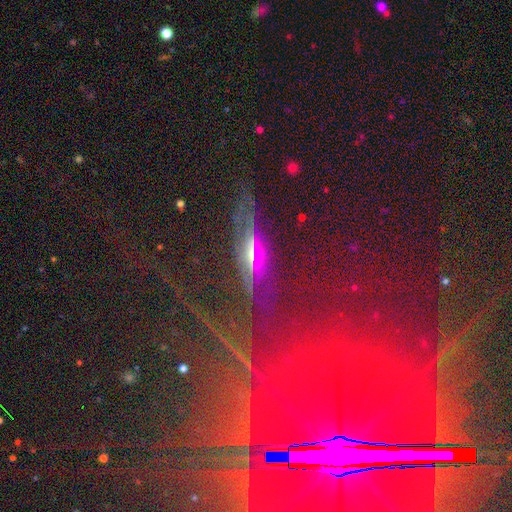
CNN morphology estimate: The model was most divided on "smooth or featured": star or artifact: 42%, featured or disk: 34%, smooth: 25%.